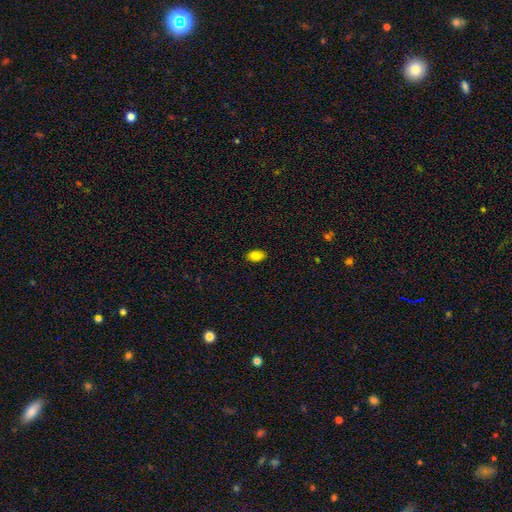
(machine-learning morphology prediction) Q: Smooth or featured?
A: smooth (85%); runner-up: star or artifact (9%)
Q: How rounded?
A: in between (91%); runner-up: round (7%)
Q: Merging?
A: none (88%); runner-up: minor disturbance (9%)